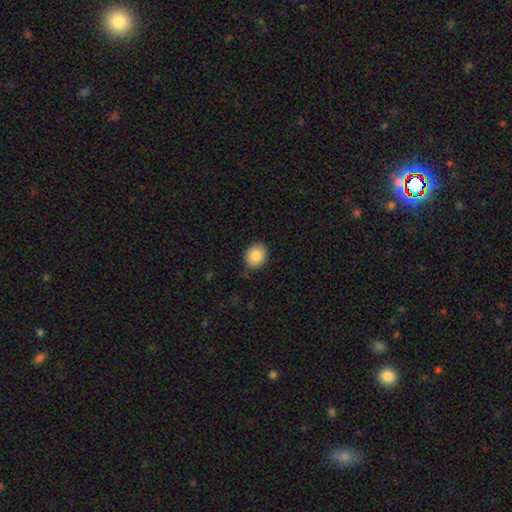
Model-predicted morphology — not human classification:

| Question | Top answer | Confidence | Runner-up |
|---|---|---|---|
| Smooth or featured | smooth | 85% | star or artifact (8%) |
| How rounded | round | 64% | in between (35%) |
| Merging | none | 86% | minor disturbance (11%) |